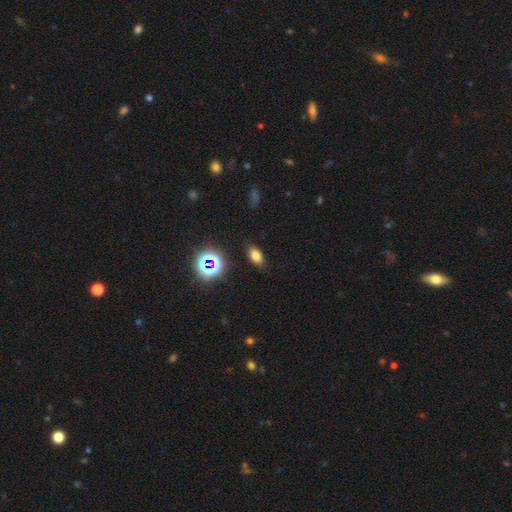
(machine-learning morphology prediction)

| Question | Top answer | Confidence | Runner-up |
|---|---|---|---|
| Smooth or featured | smooth | 73% | star or artifact (19%) |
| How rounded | in between | 87% | round (10%) |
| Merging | none | 85% | minor disturbance (10%) |